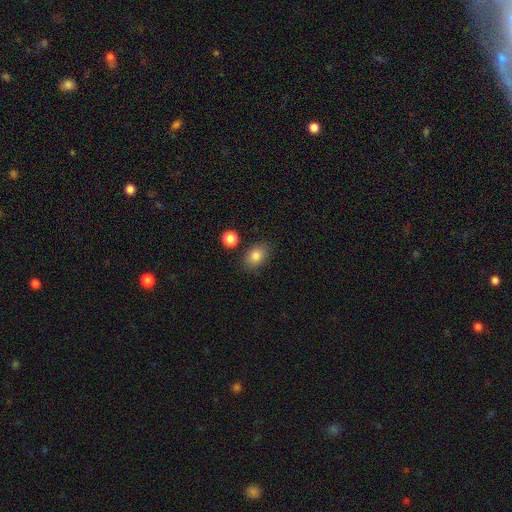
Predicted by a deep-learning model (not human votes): Morphology: type=smooth (84%); roundness=in between (78%); merging=none (81%).